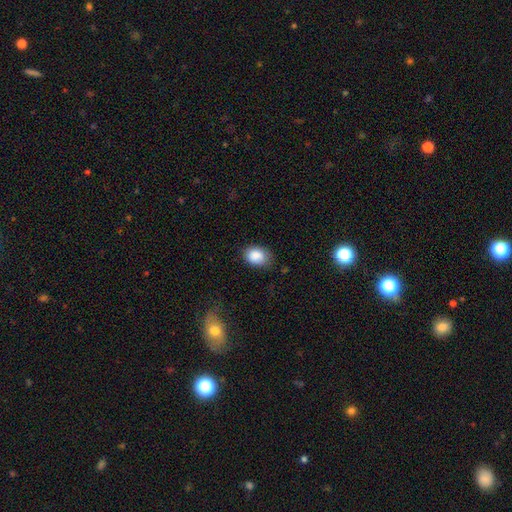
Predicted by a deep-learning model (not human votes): A smooth galaxy with no disk features (88%) that is in between round and cigar-shaped (72%). Merging: none (71%).